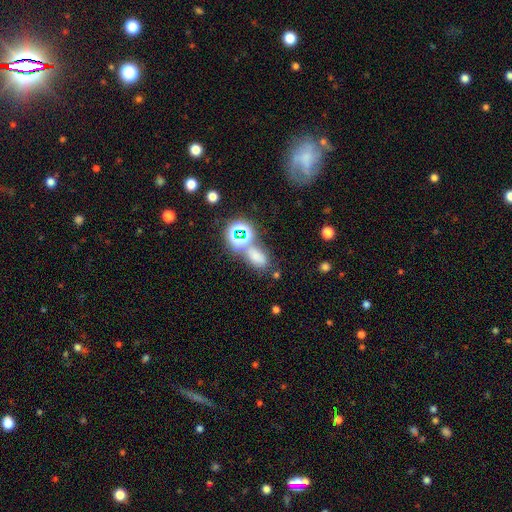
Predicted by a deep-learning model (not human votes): This is likely a smooth galaxy (62%). How rounded: likely in between (77%). Merging: possibly none (55%).